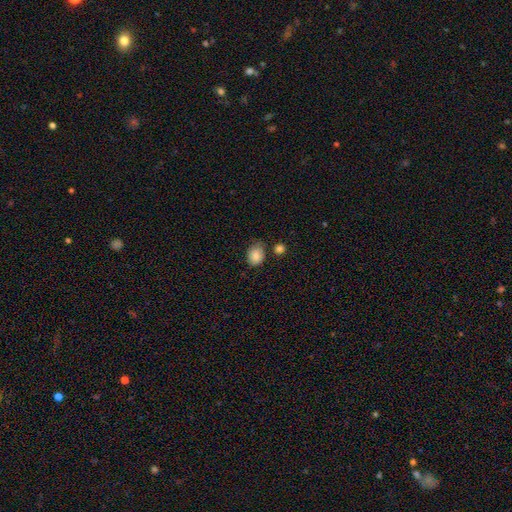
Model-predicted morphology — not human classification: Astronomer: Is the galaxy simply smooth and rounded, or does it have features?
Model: smooth — 85%.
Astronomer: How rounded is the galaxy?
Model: round — 52% (runner-up: in between, 47%).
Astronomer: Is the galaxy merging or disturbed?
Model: none — 65%.